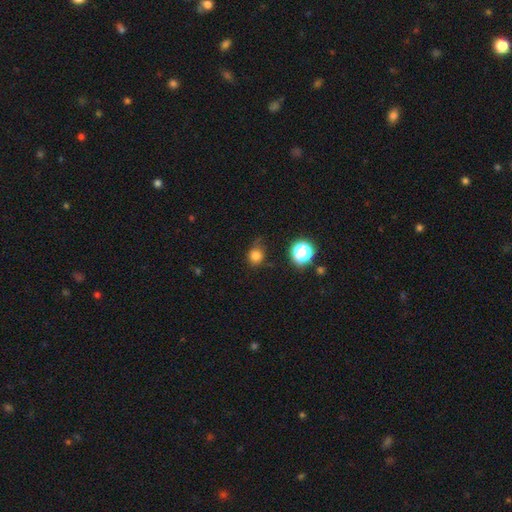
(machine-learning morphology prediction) The model was most divided on "merging": none: 60%, minor disturbance: 29%, major disturbance: 8%, merger: 3%. More confident: how rounded — round (79%); smooth or featured — smooth (79%).